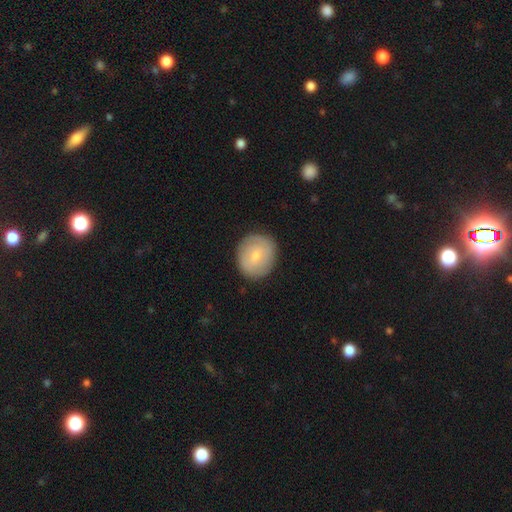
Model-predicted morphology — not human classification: smooth 60%, featured or disk 34%, star or artifact 7%. Down the decision tree: how rounded — round (71%); merging — none (85%).